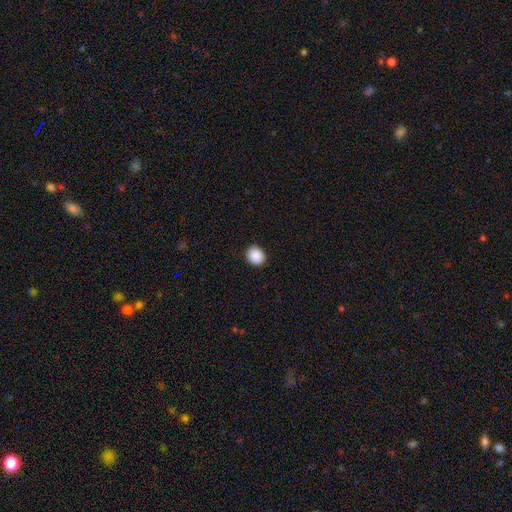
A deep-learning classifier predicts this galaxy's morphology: Smooth or featured: smooth — 90% (star or artifact — 8%)
How rounded: round — 69% (in between — 30%)
Merging: none — 89% (minor disturbance — 8%)